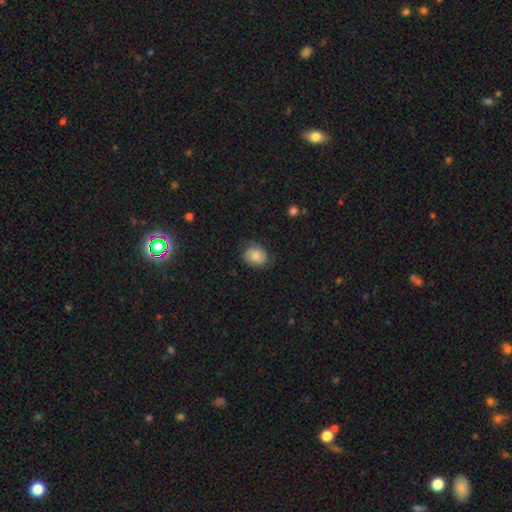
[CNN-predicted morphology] A smooth galaxy with no disk features (63%) that is round (58%).

Vote fractions:
- Smooth or featured? smooth: 63% / featured or disk: 28% / star or artifact: 9%
- How rounded? round: 58% / in between: 41% / cigar-shaped: 1%
- Merging? none: 78% / minor disturbance: 16% / major disturbance: 5% / merger: 1%